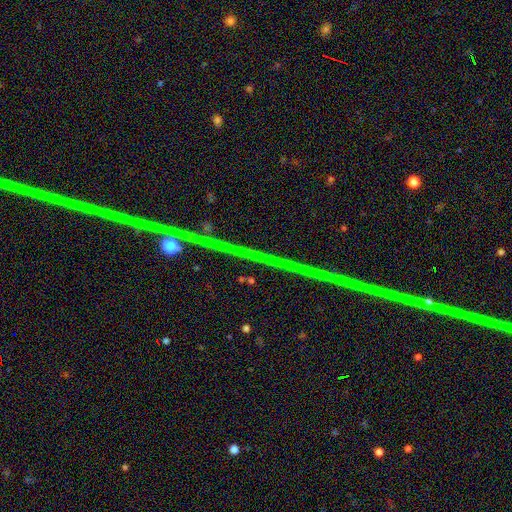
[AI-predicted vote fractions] Smooth or featured: star or artifact — 76% (featured or disk — 15%)